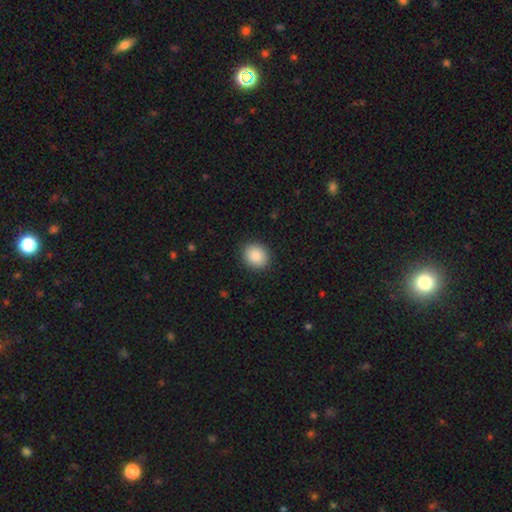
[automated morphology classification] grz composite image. It shows a smooth galaxy with no disk features (88%) that is round (72%). Merging: none (91%).